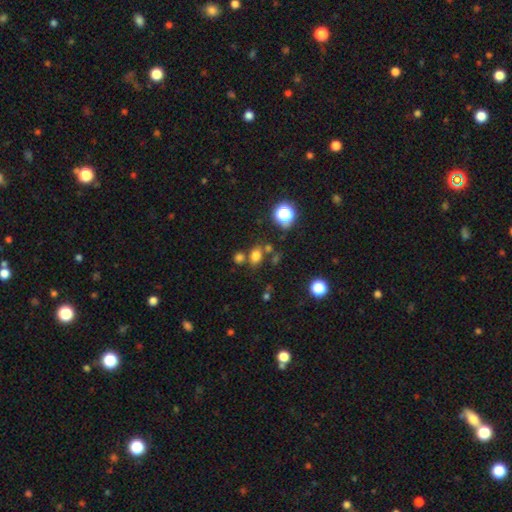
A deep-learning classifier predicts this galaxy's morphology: Smooth or featured? Predicted: smooth (p=0.72). How rounded? Predicted: in between (p=0.52). Merging? Predicted: none (p=0.65).